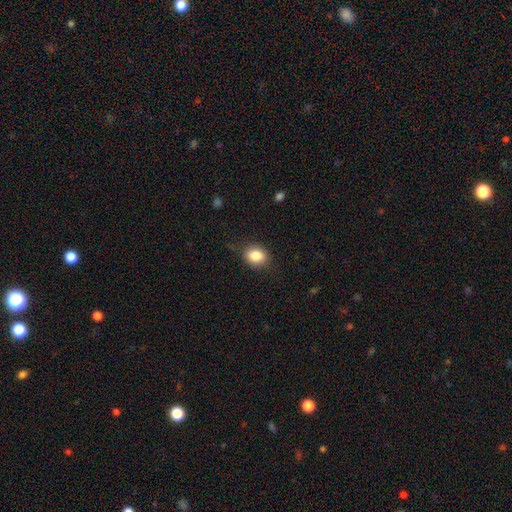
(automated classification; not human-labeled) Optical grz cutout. It shows a smooth galaxy with no disk features (85%) that is in between round and cigar-shaped (58%). Merging: none (80%).